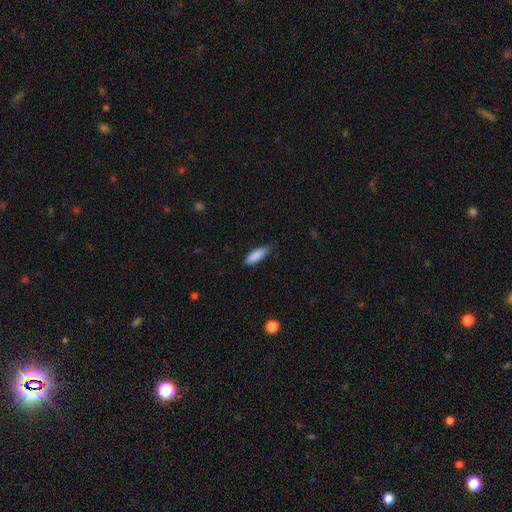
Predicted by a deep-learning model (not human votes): Morphology: type=smooth (87%); roundness=in between (60%); merging=none (76%).